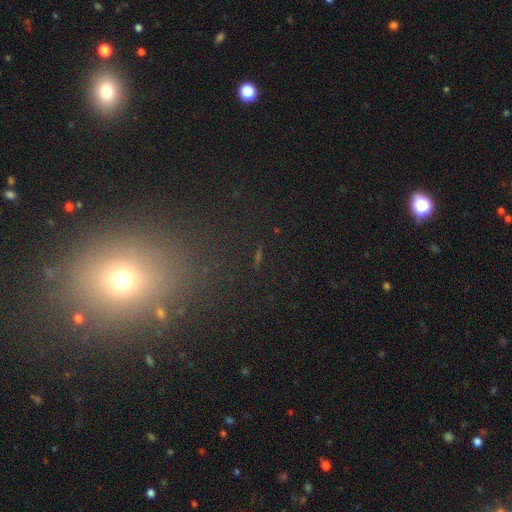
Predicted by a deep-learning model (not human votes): Smooth or featured: smooth — 44% (tied with star or artifact — 44%)
Merging: none — 78% (minor disturbance — 11%)